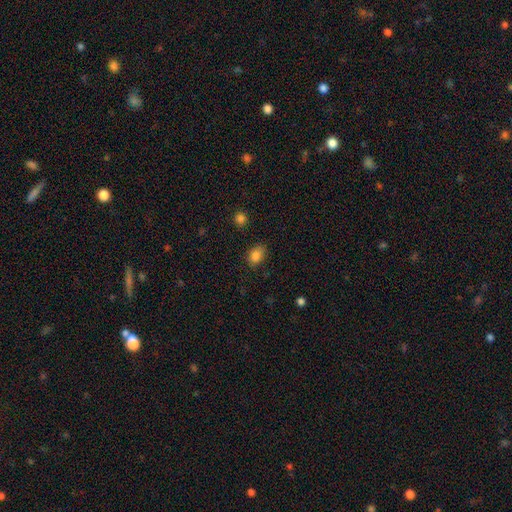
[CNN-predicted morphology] This appears to be a smooth galaxy with no disk features (84%) that is in between round and cigar-shaped (73%). Merging: none (79%).